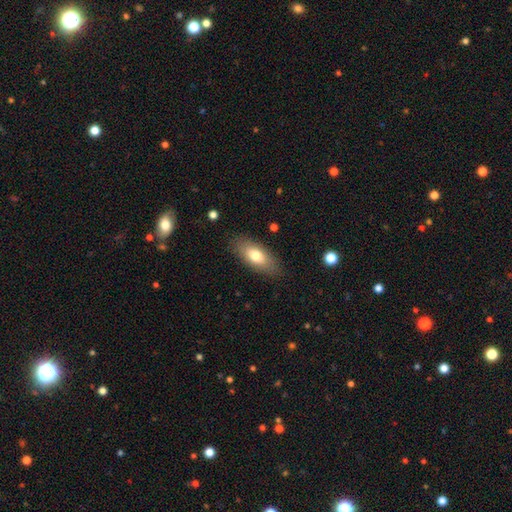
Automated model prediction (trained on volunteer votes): Overall: smooth (74%). How rounded: in between (83%). Merging: none (85%).